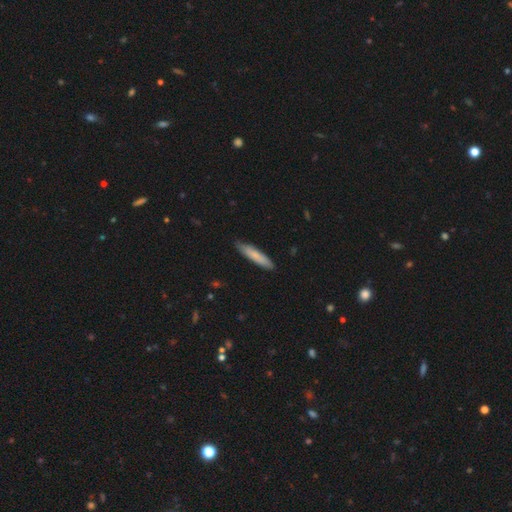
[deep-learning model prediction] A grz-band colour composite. It shows a smooth galaxy with no disk features (78%) that is cigar-shaped (85%). Merging: none (83%).